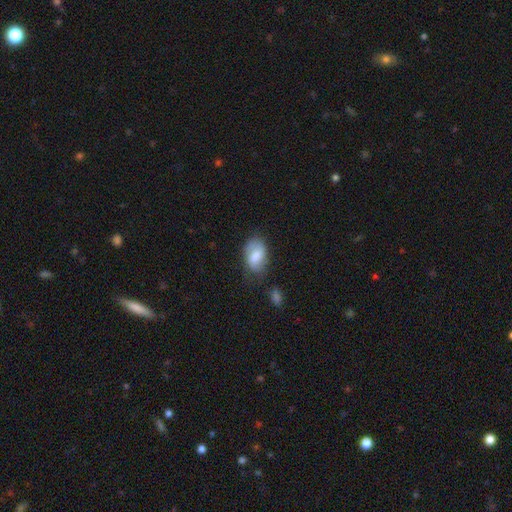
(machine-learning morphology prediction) Overall: smooth (70%). How rounded: in between (88%). Merging: none (58%; minor disturbance 29%).